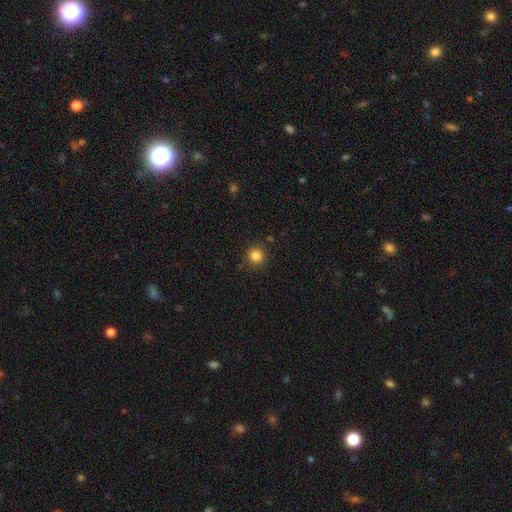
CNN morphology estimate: type=smooth (84%); roundness=round (94%); merging=none (87%).